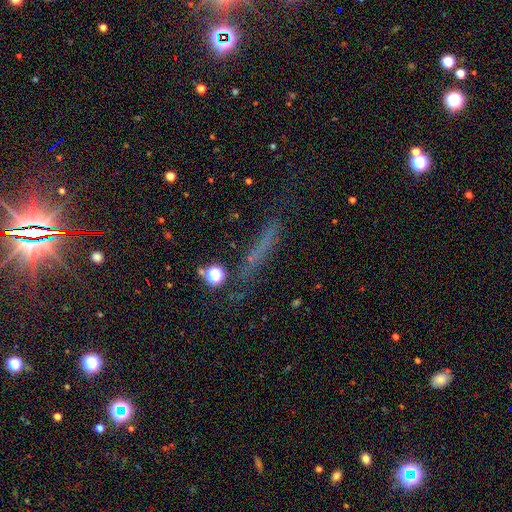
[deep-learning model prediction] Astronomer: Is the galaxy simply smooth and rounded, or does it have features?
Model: smooth — 42% (runner-up: star or artifact, 32%).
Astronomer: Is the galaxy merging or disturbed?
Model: none — 66%.